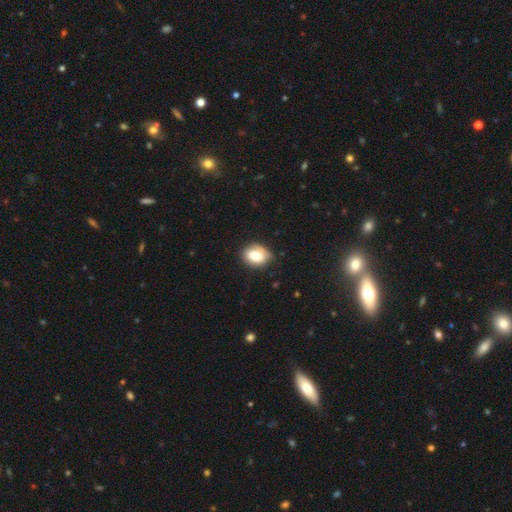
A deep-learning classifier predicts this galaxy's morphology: type=smooth (74%); roundness=in between (69%); merging=none (66%).